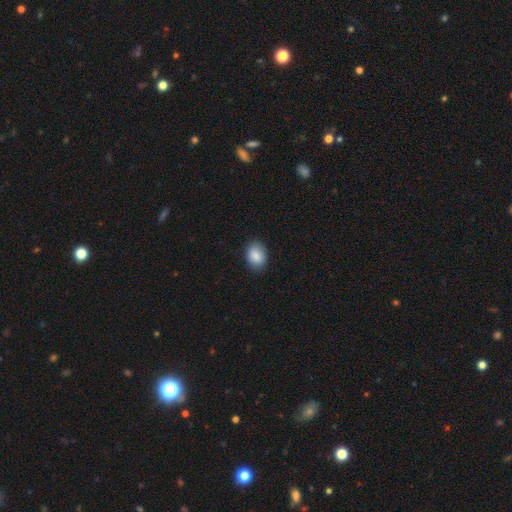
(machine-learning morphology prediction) smooth 88%, star or artifact 7%, featured or disk 5%. Down the decision tree: how rounded — in between (72%); merging — none (84%).